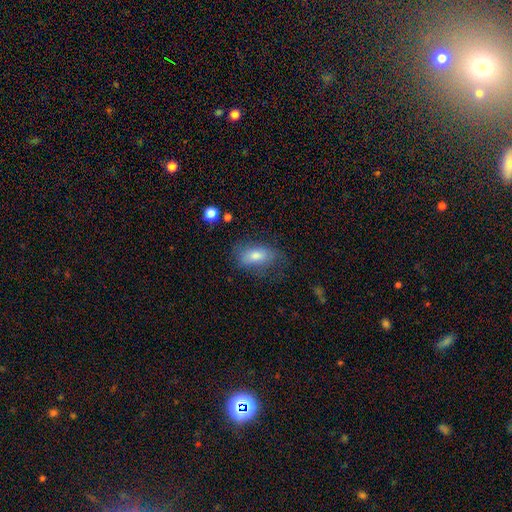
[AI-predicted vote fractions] The model was most divided on "merging": none: 61%, minor disturbance: 24%, major disturbance: 13%, merger: 2%. More confident: how rounded — in between (88%); smooth or featured — smooth (74%).